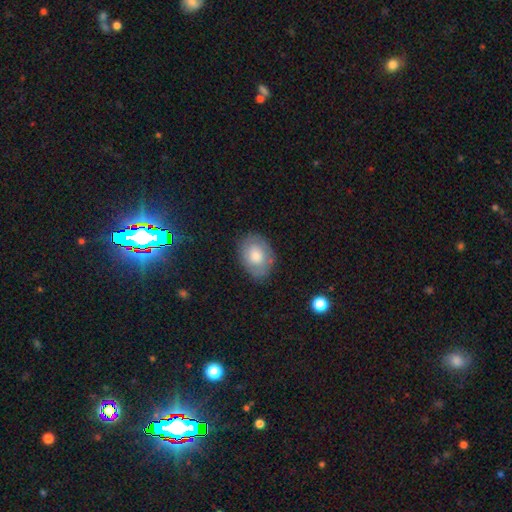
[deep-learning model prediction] This is likely a smooth galaxy (65%). How rounded: likely in between (72%). Merging: likely none (78%).